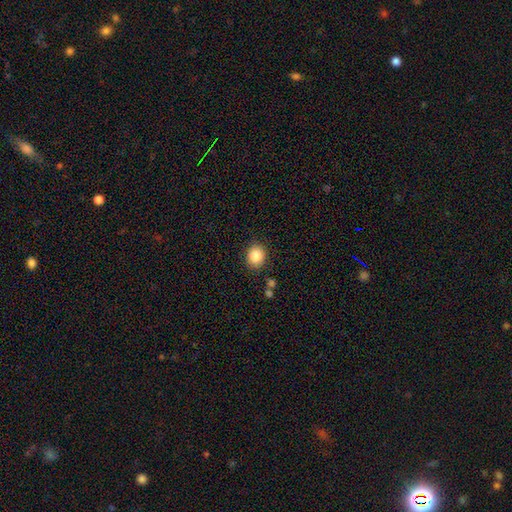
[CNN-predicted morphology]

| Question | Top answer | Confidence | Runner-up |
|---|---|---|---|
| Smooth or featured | smooth | 86% | star or artifact (9%) |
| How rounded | round | 68% | in between (32%) |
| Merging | none | 87% | minor disturbance (8%) |